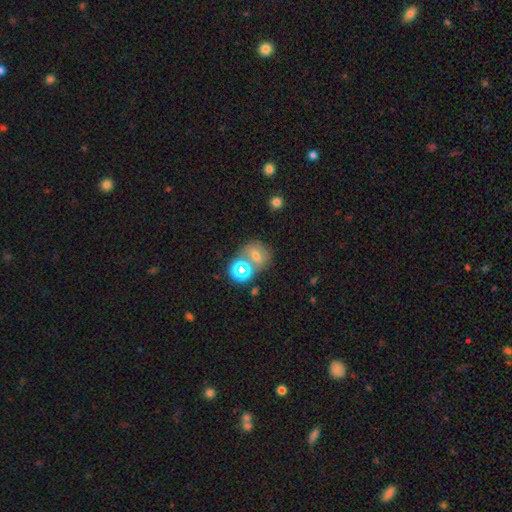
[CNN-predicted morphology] This appears to be a smooth galaxy with no disk features (52%) that is round (65%). Merging: none (48%).